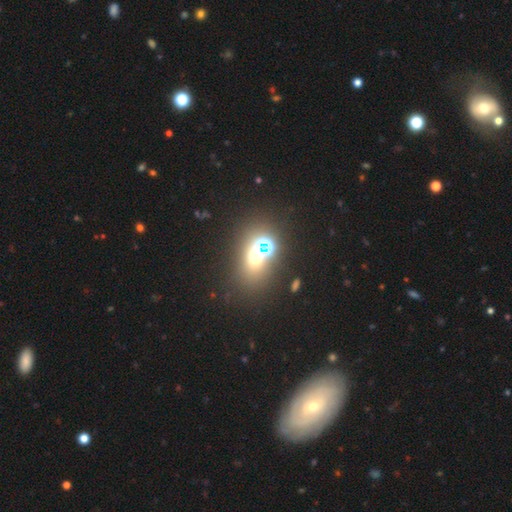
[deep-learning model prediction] Q: Smooth or featured?
A: star or artifact (44%); runner-up: smooth (43%)